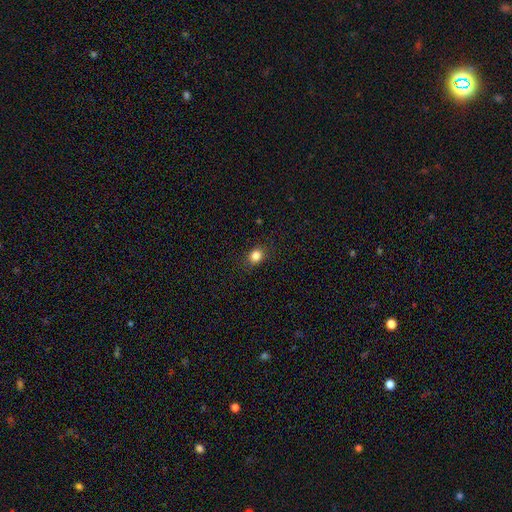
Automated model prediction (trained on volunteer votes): Smooth or featured: smooth — 84% (star or artifact — 11%)
How rounded: round — 63% (in between — 36%)
Merging: none — 87% (minor disturbance — 9%)